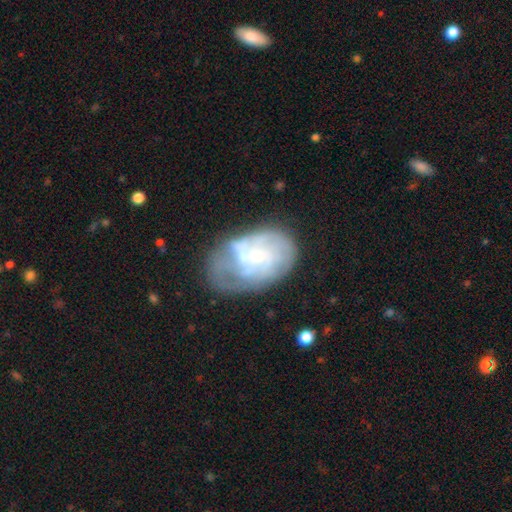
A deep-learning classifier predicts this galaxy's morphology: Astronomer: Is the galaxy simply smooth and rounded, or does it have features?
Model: featured or disk — 68%.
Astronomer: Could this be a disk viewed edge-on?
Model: no — 97%.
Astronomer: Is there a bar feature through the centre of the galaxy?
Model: no — 69%.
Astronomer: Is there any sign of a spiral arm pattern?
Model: yes — 66%.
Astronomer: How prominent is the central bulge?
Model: small — 62%.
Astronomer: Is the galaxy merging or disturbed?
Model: none — 44% (runner-up: minor disturbance, 28%).